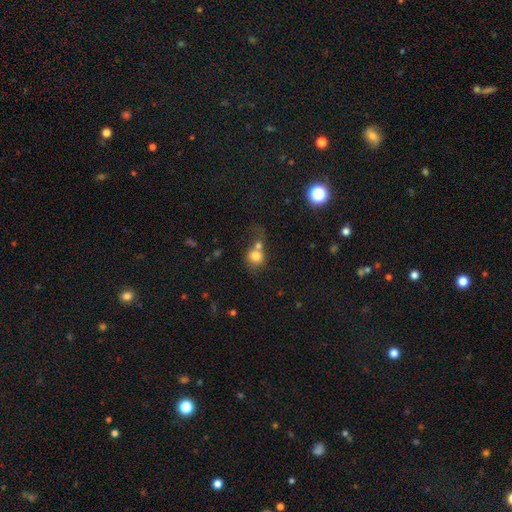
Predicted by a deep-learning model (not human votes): smooth_or_featured: smooth (p=0.75) [alt: featured or disk p=0.13]
how_rounded: round (p=0.81) [alt: in between p=0.18]
merging: merger (p=0.51) [alt: none p=0.30]